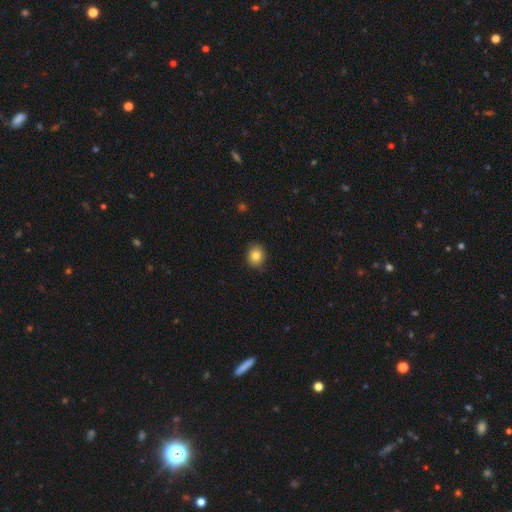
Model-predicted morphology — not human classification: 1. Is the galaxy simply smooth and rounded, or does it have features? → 82% smooth, 10% star or artifact, 8% featured or disk.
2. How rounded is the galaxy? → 73% round, 26% in between, 1% cigar-shaped.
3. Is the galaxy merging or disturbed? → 87% none, 10% minor disturbance, 2% major disturbance, 1% merger.